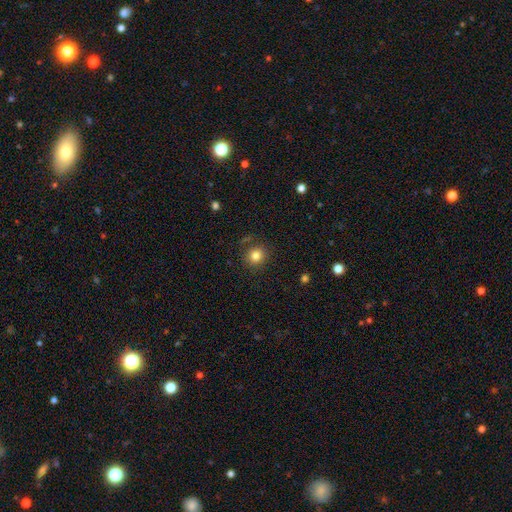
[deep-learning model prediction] Smooth or featured?
  - smooth: 82% *
  - star or artifact: 12%
  - featured or disk: 6%
How rounded?
  - round: 88% *
  - in between: 11%
  - cigar-shaped: 1%
Merging?
  - none: 85% *
  - minor disturbance: 9%
  - major disturbance: 3%
  - merger: 3%